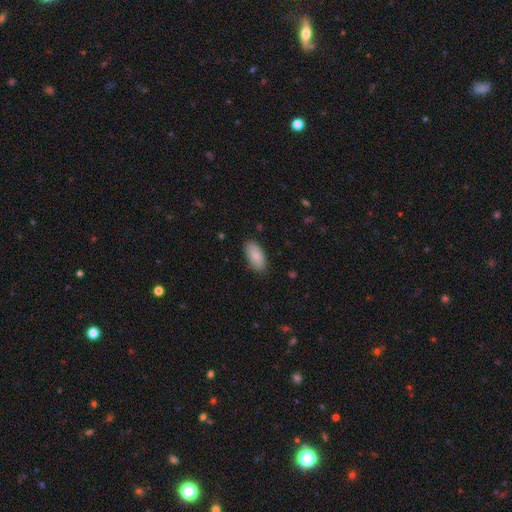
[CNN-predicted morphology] type=smooth (86%); roundness=in between (92%); merging=none (85%).